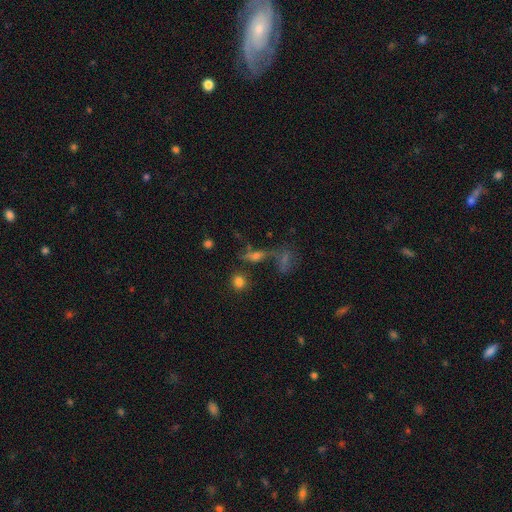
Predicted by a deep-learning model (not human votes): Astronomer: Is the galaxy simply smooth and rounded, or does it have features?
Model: smooth — 39% (runner-up: featured or disk, 36%).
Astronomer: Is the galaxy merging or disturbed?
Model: none — 48% (runner-up: merger, 24%).